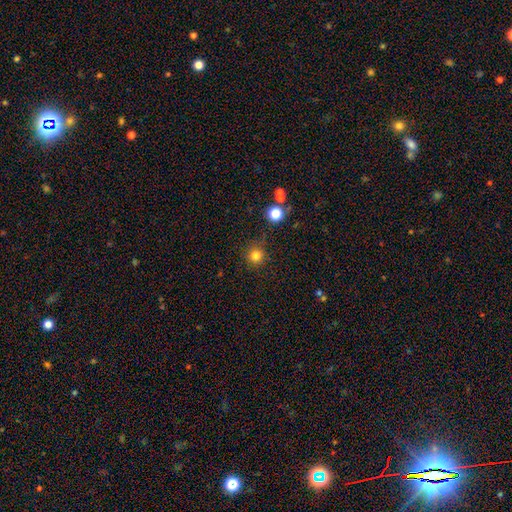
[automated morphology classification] A smooth galaxy with no disk features (80%) that is round (94%). Merging: none (84%).